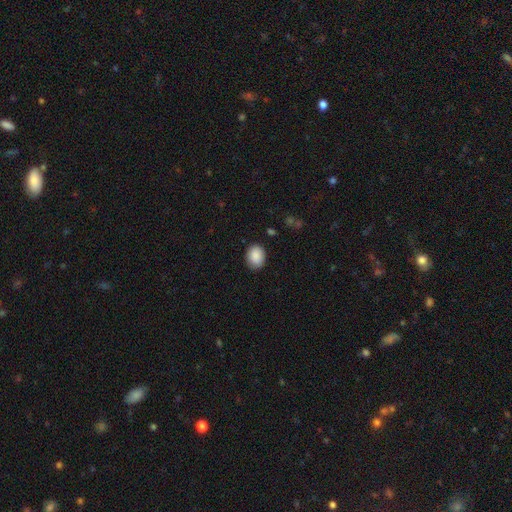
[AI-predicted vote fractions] A smooth galaxy with no disk features (89%) that is in between round and cigar-shaped (62%).

Vote fractions:
- Smooth or featured? smooth: 89% / star or artifact: 7% / featured or disk: 4%
- How rounded? in between: 62% / round: 37% / cigar-shaped: 1%
- Merging? none: 83% / minor disturbance: 13% / major disturbance: 3% / merger: 1%